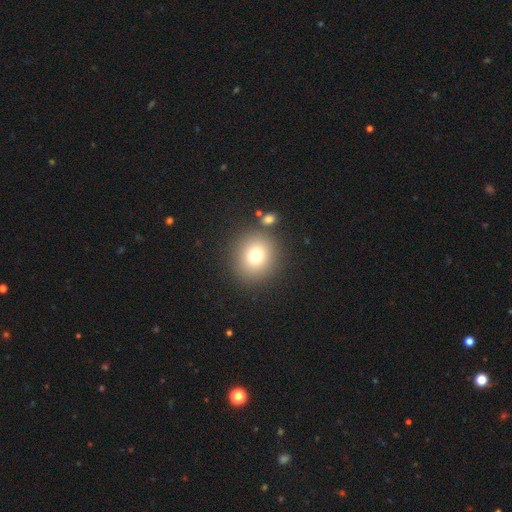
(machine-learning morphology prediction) Smooth or featured? smooth (76%)
How rounded? round (87%)
Merging? none (83%)